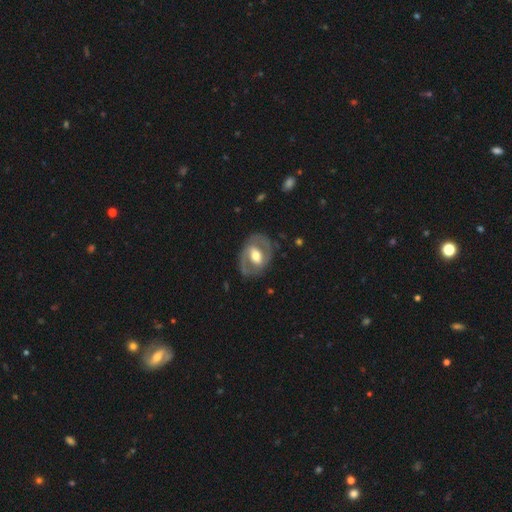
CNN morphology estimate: This is likely a featured or disk galaxy (77%). It is clearly not viewed edge-on (96%). Bar: marginally weak (41%). Spiral arm pattern: likely yes (74%). Spiral arm count: clearly 2 (86%). Spiral winding: possibly medium (50%). Central bulge: likely moderate (64%). Merging: likely none (79%).